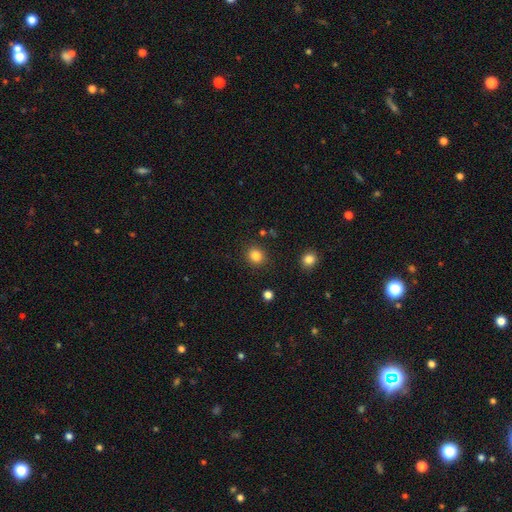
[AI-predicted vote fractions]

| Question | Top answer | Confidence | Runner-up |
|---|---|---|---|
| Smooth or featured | smooth | 84% | star or artifact (11%) |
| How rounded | round | 80% | in between (19%) |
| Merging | none | 88% | minor disturbance (7%) |